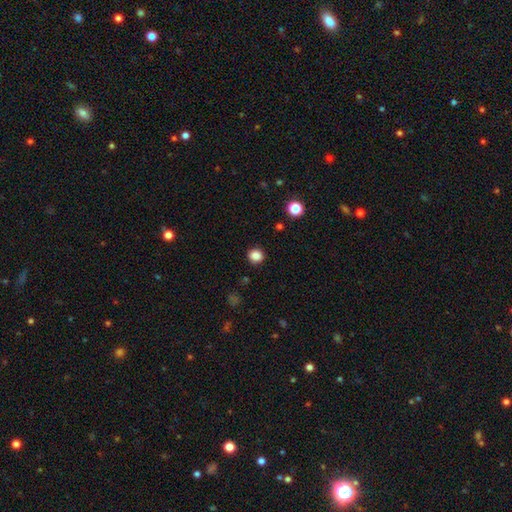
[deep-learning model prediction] A smooth galaxy with no disk features (85%) that is round (86%).

Vote fractions:
- Smooth or featured? smooth: 85% / star or artifact: 11% / featured or disk: 3%
- How rounded? round: 86% / in between: 13% / cigar-shaped: 1%
- Merging? none: 91% / minor disturbance: 6% / major disturbance: 2% / merger: 1%